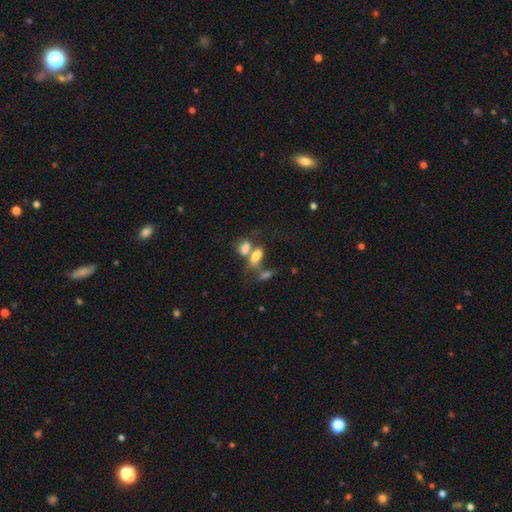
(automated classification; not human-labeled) This appears to be a smooth galaxy with no disk features (70%) that is in between round and cigar-shaped (85%). Merging: merger (58%).